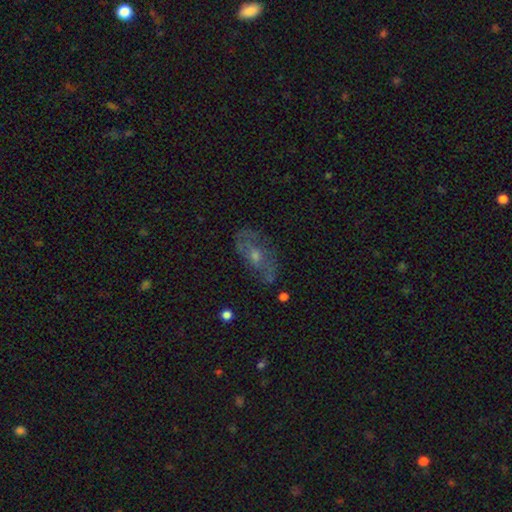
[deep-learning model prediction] Smooth or featured? Predicted: featured or disk (p=0.60). Edge-on disk? Predicted: no (p=0.89). Bar? Predicted: no (p=0.70). Spiral arms? Predicted: yes (p=0.59). Bulge size? Predicted: moderate (p=0.51). Merging? Predicted: none (p=0.64).